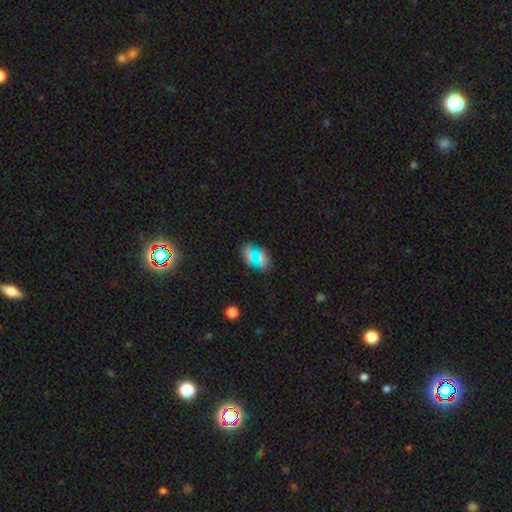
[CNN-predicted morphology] This is likely a smooth galaxy (63%). How rounded: likely in between (72%). Merging: likely none (80%).